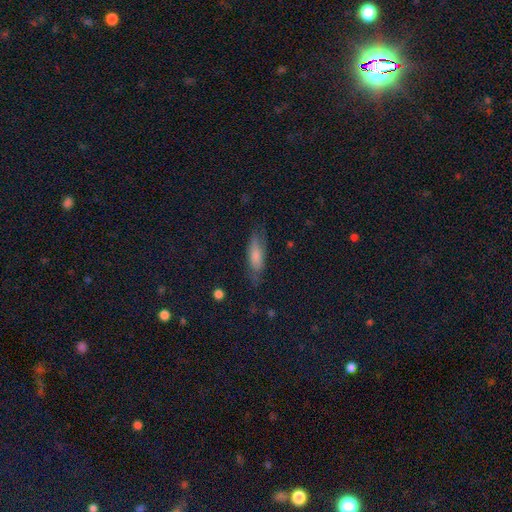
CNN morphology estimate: Smooth or featured: smooth — 50% (featured or disk — 28%)
How rounded: in between — 50% (cigar-shaped — 45%)
Merging: none — 76% (minor disturbance — 17%)